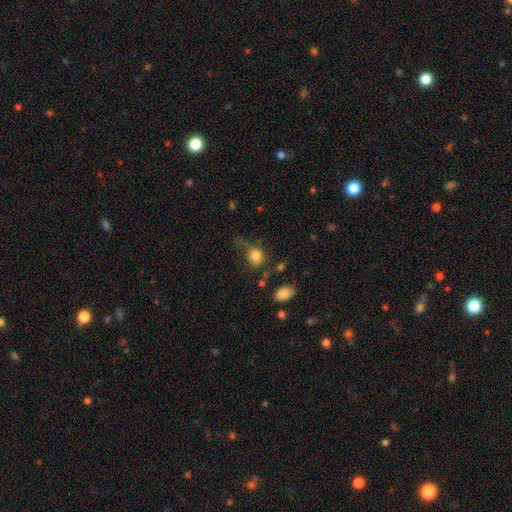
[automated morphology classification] This is likely a smooth galaxy (75%). How rounded: likely round (69%). Merging: marginally none (37%).